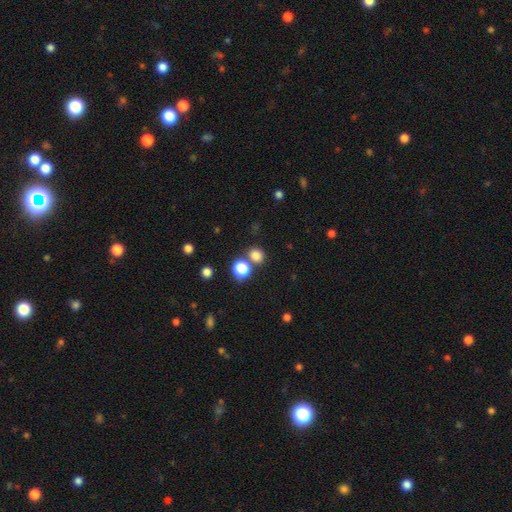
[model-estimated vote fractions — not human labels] smooth 80%, star or artifact 15%, featured or disk 5%. Down the decision tree: how rounded — round (79%); merging — none (68%).